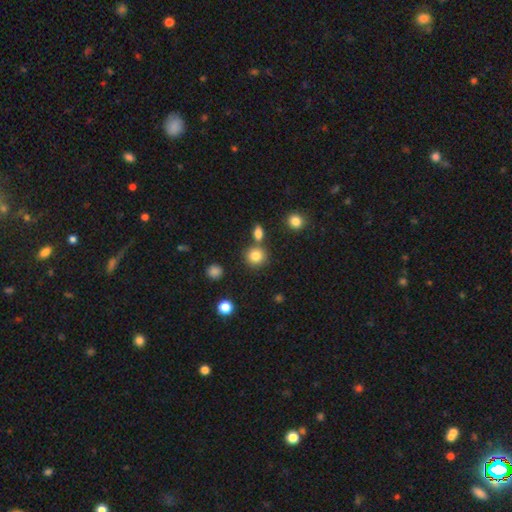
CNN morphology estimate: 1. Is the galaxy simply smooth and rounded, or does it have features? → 83% smooth, 11% star or artifact, 6% featured or disk.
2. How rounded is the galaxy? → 89% round, 10% in between, 1% cigar-shaped.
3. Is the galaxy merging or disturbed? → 73% none, 15% merger, 9% minor disturbance, 3% major disturbance.